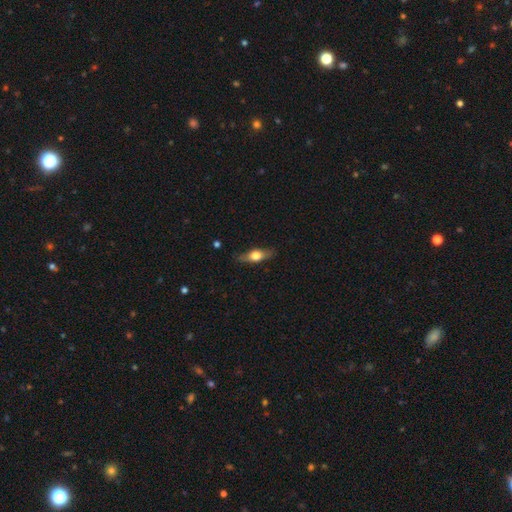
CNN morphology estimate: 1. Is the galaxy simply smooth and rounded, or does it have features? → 50% smooth, 43% featured or disk, 7% star or artifact.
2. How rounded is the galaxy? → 53% in between, 40% cigar-shaped, 6% round.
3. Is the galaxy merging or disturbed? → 83% none, 13% minor disturbance, 3% major disturbance, 1% merger.